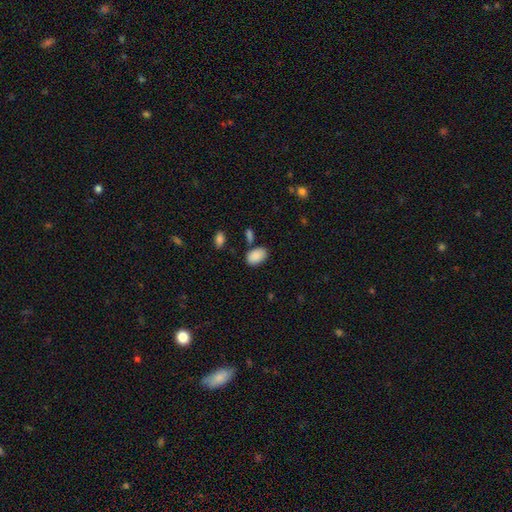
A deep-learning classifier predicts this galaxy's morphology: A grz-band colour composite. It shows a smooth galaxy with no disk features (89%) that is in between round and cigar-shaped (91%). Merging: none (76%).